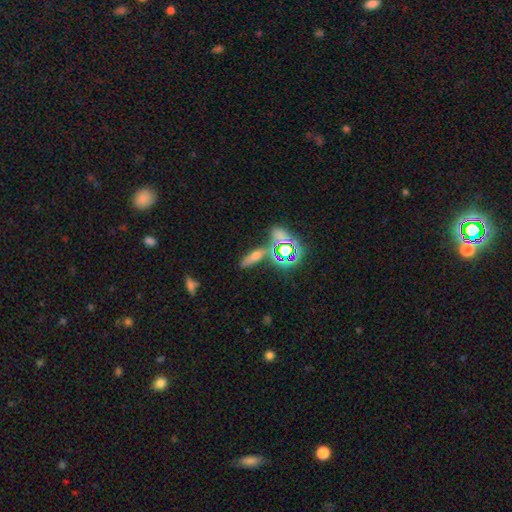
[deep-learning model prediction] This appears to be a smooth galaxy with no disk features (46%). Merging: none (67%).